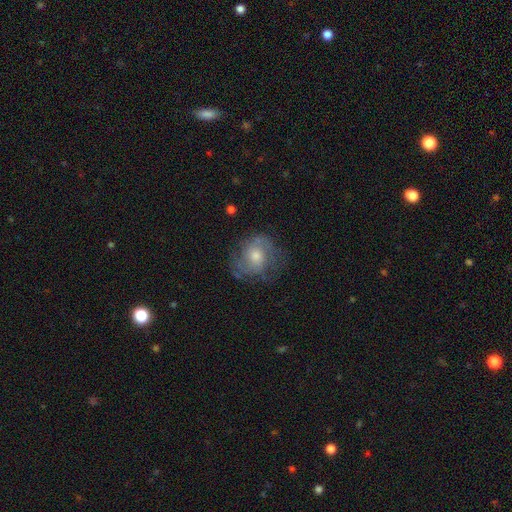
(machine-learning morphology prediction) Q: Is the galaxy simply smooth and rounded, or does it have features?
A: featured or disk — 61%.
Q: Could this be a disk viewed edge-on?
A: no — 97%.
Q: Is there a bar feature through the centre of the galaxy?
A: no — 69%.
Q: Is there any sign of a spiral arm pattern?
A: yes — 83%.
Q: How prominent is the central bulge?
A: moderate — 58%.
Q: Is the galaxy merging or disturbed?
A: none — 65%.